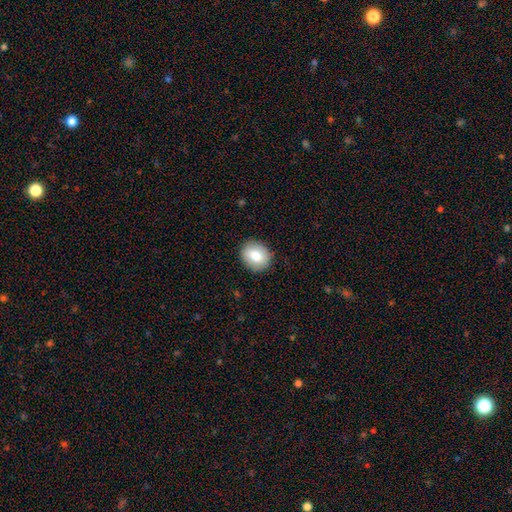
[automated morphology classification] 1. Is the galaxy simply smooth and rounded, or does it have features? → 79% smooth, 13% featured or disk, 8% star or artifact.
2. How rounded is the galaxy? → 66% round, 33% in between, 1% cigar-shaped.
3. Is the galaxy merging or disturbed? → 89% none, 8% minor disturbance, 2% major disturbance, 1% merger.